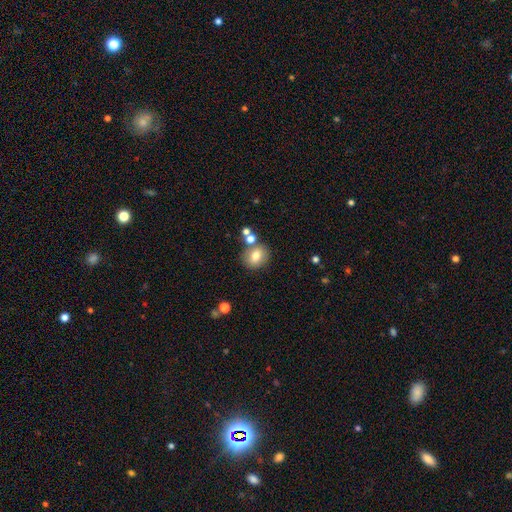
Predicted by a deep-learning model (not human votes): Morphology: type=smooth (75%); roundness=round (67%); merging=none (71%).